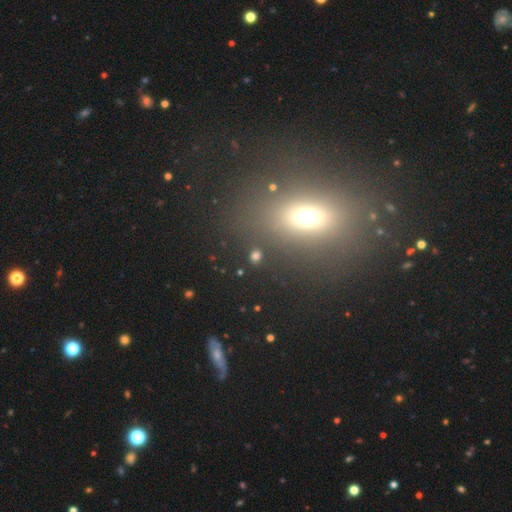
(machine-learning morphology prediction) This appears to be a smooth galaxy with no disk features (69%) that is round (59%). Merging: none (86%).